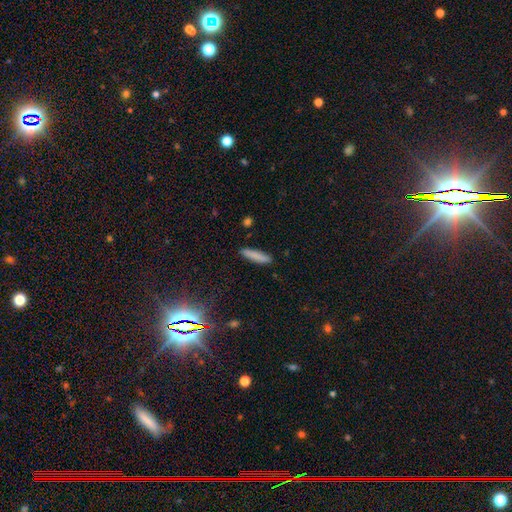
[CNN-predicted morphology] smooth 83%, featured or disk 9%, star or artifact 8%. Down the decision tree: how rounded — cigar-shaped (82%); merging — none (89%).